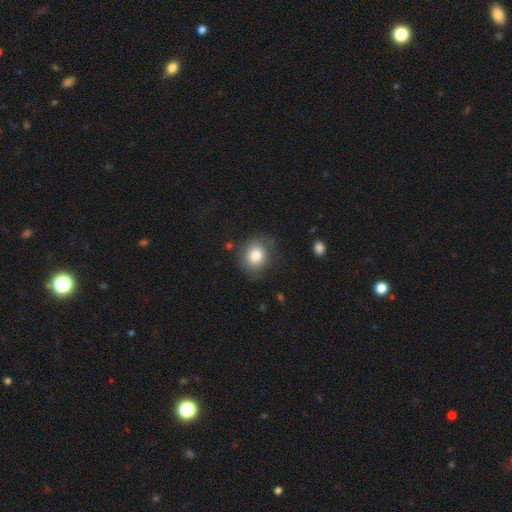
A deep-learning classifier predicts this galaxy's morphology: This appears to be a smooth galaxy with no disk features (80%) that is round (67%). Merging: none (75%).